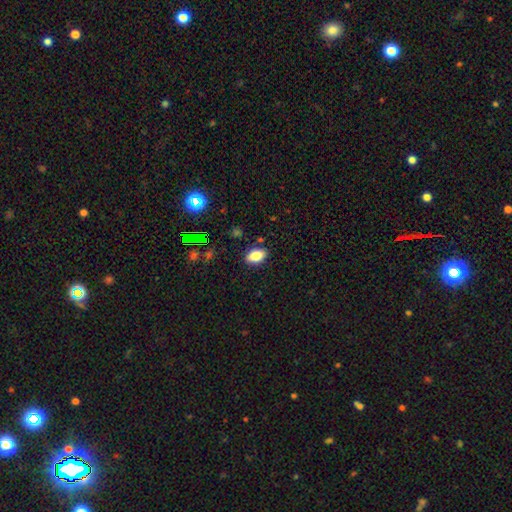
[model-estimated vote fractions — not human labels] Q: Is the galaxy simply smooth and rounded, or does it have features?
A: smooth — 81%.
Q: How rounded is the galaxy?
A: in between — 89%.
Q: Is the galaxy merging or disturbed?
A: none — 86%.